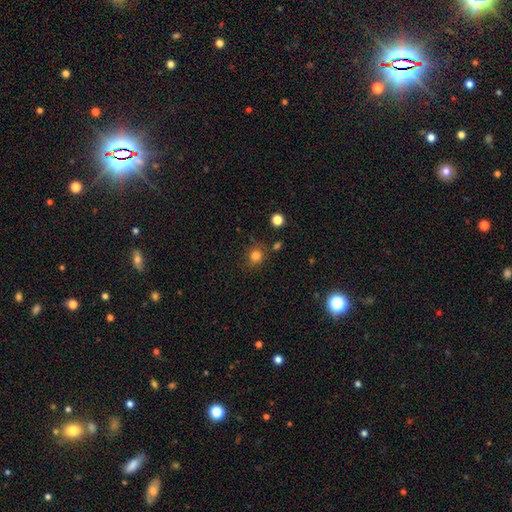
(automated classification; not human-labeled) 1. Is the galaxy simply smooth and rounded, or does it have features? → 81% smooth, 13% star or artifact, 6% featured or disk.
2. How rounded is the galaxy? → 76% round, 23% in between, 1% cigar-shaped.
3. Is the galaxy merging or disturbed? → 75% none, 15% minor disturbance, 6% merger, 4% major disturbance.